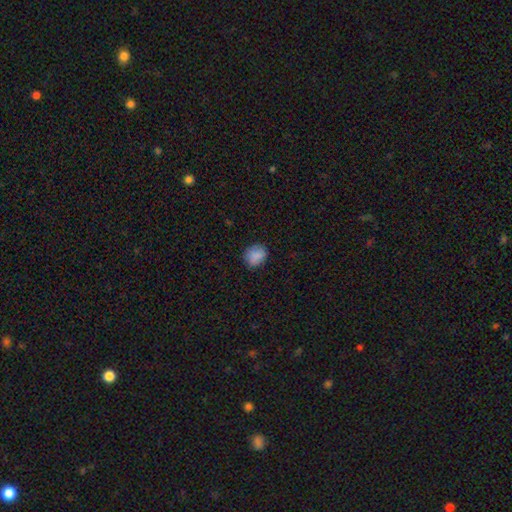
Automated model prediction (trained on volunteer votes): Morphology: type=smooth (85%); roundness=round (61%); merging=none (80%).